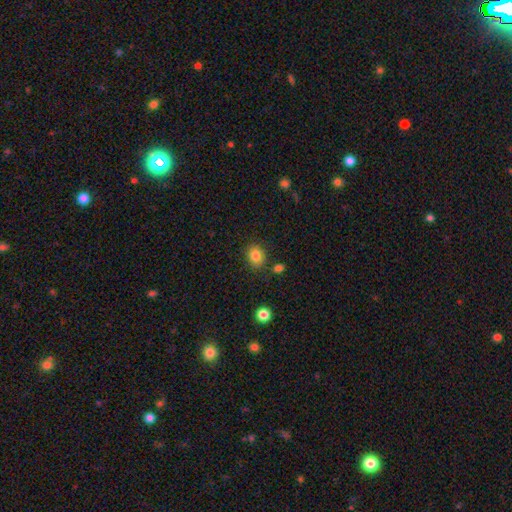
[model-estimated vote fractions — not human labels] Smooth or featured? Predicted: smooth (p=0.84). How rounded? Predicted: round (p=0.58). Merging? Predicted: none (p=0.82).